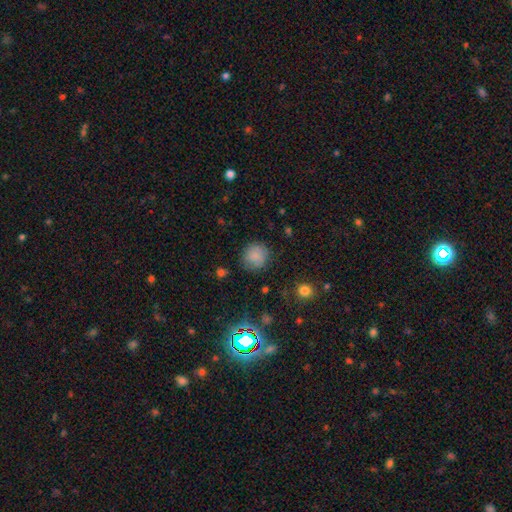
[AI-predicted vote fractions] A smooth galaxy with no disk features (82%) that is round (89%).

Vote fractions:
- Smooth or featured? smooth: 82% / star or artifact: 10% / featured or disk: 7%
- How rounded? round: 89% / in between: 10% / cigar-shaped: 1%
- Merging? none: 79% / minor disturbance: 14% / major disturbance: 5% / merger: 1%